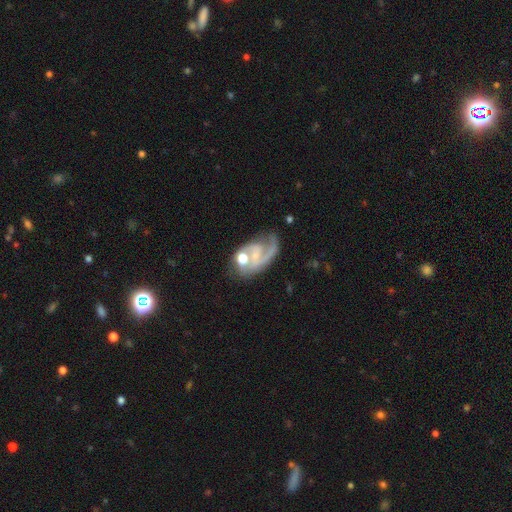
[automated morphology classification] Smooth or featured? Predicted: featured or disk (p=0.77). Edge-on disk? Predicted: no (p=0.97). Bar? Predicted: no (p=0.53). Spiral arms? Predicted: yes (p=0.90). Spiral winding? Predicted: medium (p=0.45). Spiral arm count? Predicted: 2 (p=0.46). Bulge size? Predicted: small (p=0.39). Merging? Predicted: none (p=0.38).